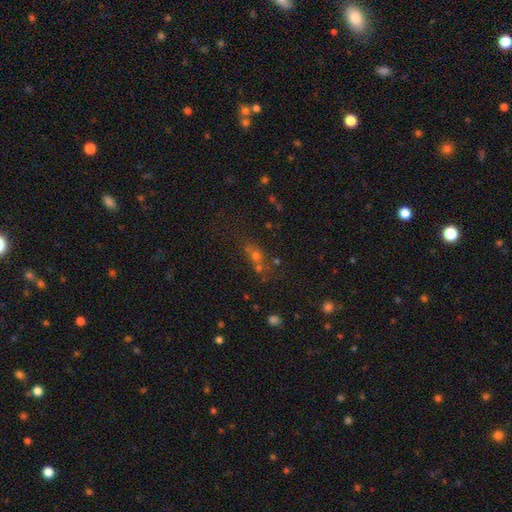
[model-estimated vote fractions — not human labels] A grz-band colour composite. It shows a smooth galaxy with no disk features (49%). Merging: none (49%).